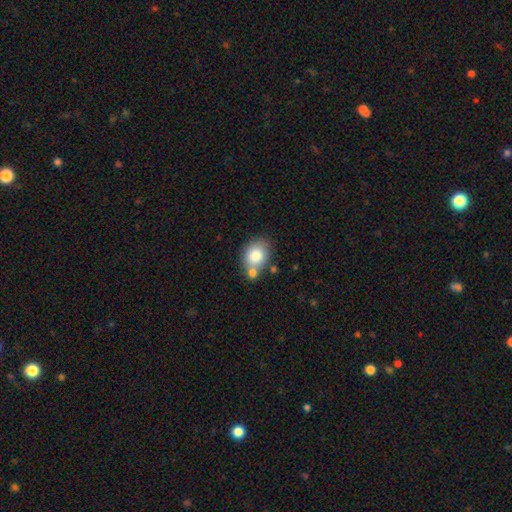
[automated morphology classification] A smooth galaxy with no disk features (80%) that is in between round and cigar-shaped (56%). Merging: none (51%).